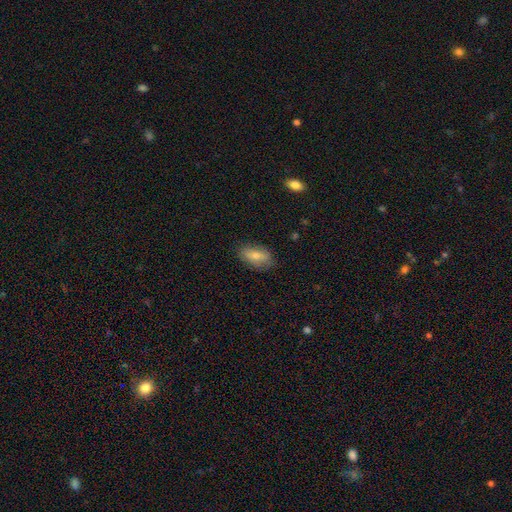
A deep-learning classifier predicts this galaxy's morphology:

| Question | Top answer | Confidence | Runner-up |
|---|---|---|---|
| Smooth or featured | smooth | 73% | featured or disk (20%) |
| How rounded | in between | 89% | cigar-shaped (6%) |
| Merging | none | 78% | minor disturbance (17%) |